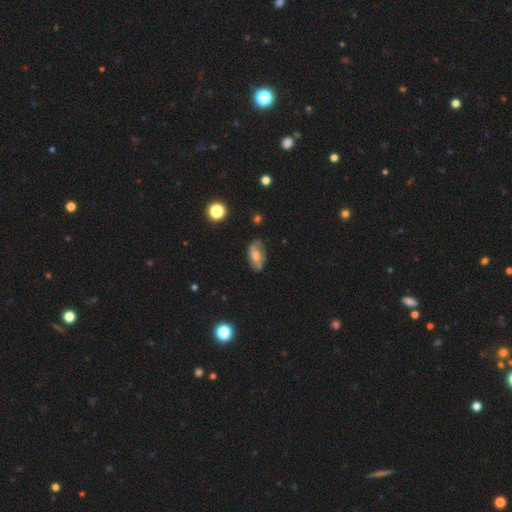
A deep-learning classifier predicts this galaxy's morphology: This is possibly a smooth galaxy (52%). How rounded: clearly in between (90%). Merging: possibly none (60%).